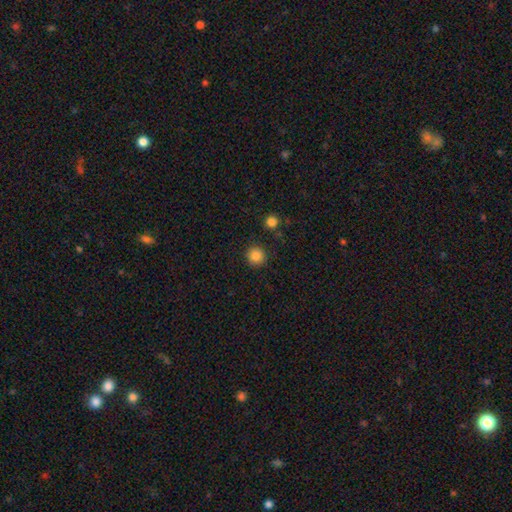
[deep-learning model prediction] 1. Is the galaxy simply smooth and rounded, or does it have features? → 86% smooth, 10% star or artifact, 3% featured or disk.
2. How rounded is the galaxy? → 95% round, 4% in between, 1% cigar-shaped.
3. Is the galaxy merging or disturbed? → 90% none, 6% minor disturbance, 2% merger, 2% major disturbance.